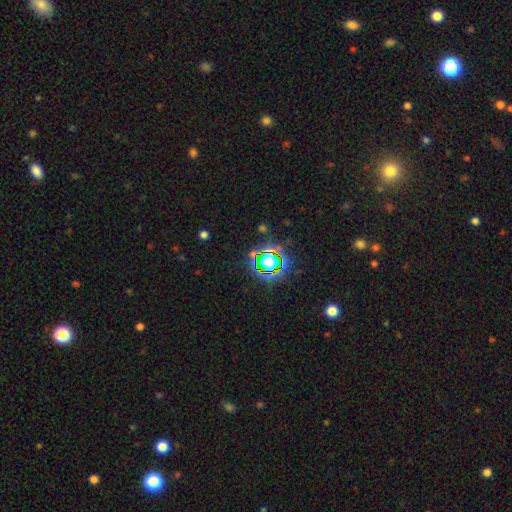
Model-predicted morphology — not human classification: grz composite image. It shows a star or artifact, not a galaxy (75%).